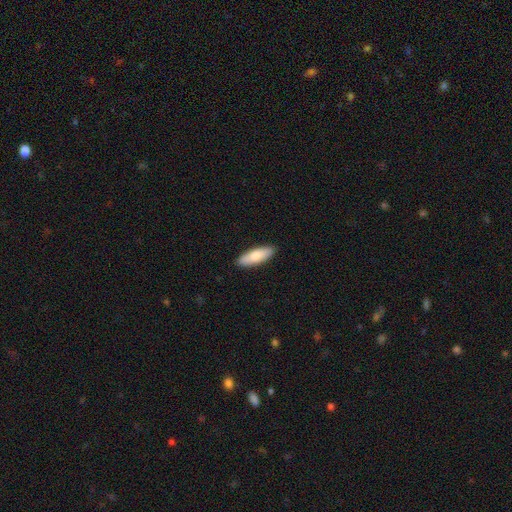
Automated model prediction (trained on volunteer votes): The model was most divided on "how rounded": in between: 55%, cigar-shaped: 43%, round: 2%. More confident: merging — none (90%); smooth or featured — smooth (80%).